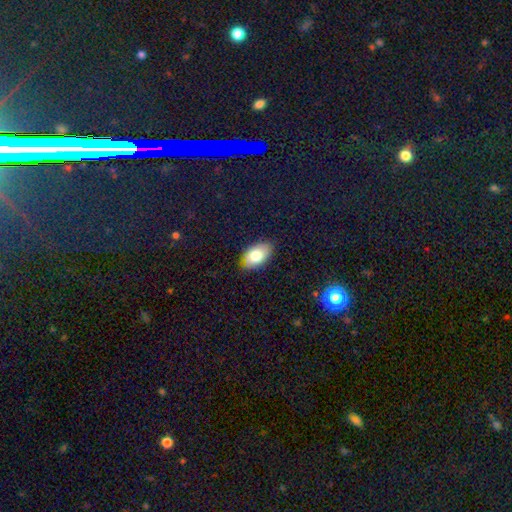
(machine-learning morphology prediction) smooth-or-featured: smooth: 78% | featured or disk: 14% | star or artifact: 8%
  how-rounded: in between: 92% | round: 6% | cigar-shaped: 1%
  merging: none: 81% | minor disturbance: 15% | major disturbance: 3% | merger: 1%